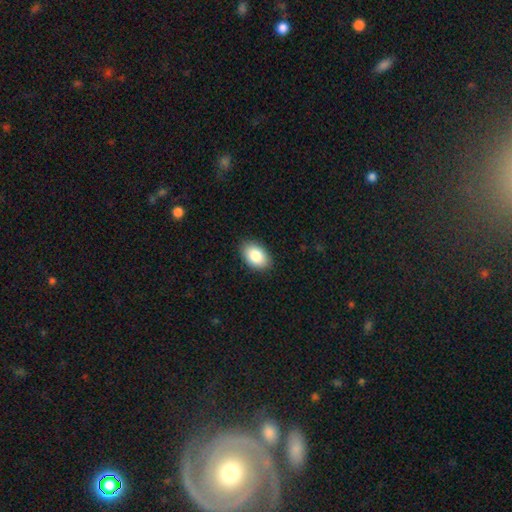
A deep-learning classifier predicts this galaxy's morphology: Smooth or featured? Predicted: smooth (p=0.86). How rounded? Predicted: in between (p=0.90). Merging? Predicted: none (p=0.89).